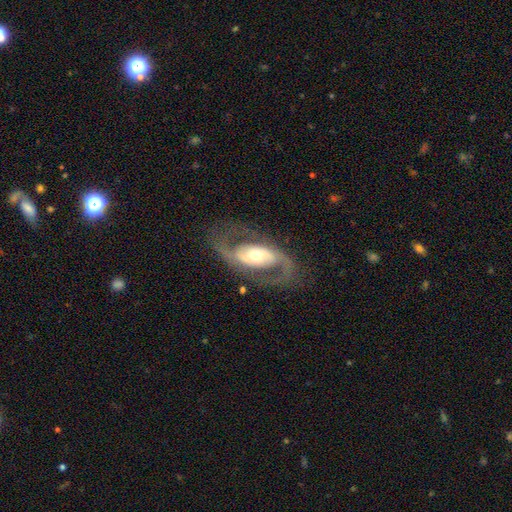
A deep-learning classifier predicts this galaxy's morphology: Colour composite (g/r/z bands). It shows a featured or disk galaxy (86%) with no bar (44%), 2 (91%) medium (48%) spiral arms (87%) and a moderate central bulge (67%). Merging: none (75%).